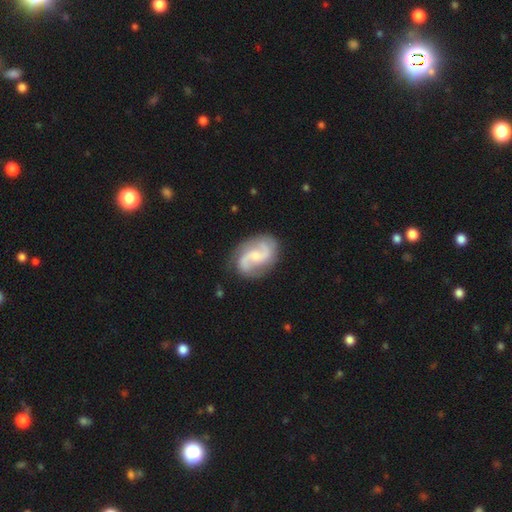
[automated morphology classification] featured or disk 87%, smooth 9%, star or artifact 5%. Down the decision tree: edge-on disk — no (98%); bar — no (46%); spiral arms — yes (97%); spiral arm count — 2 (89%); spiral winding — medium (47%); bulge size — small (56%); merging — none (80%).